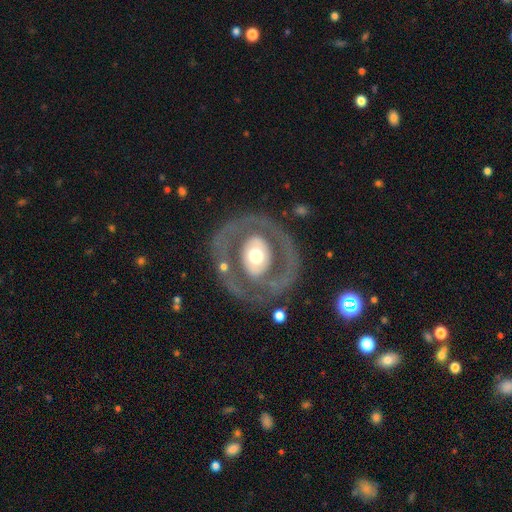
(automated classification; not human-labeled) featured or disk 67%, smooth 28%, star or artifact 5%. Down the decision tree: edge-on disk — no (95%); bar — no (80%); spiral arms — no (72%); bulge size — moderate (59%); merging — none (72%).